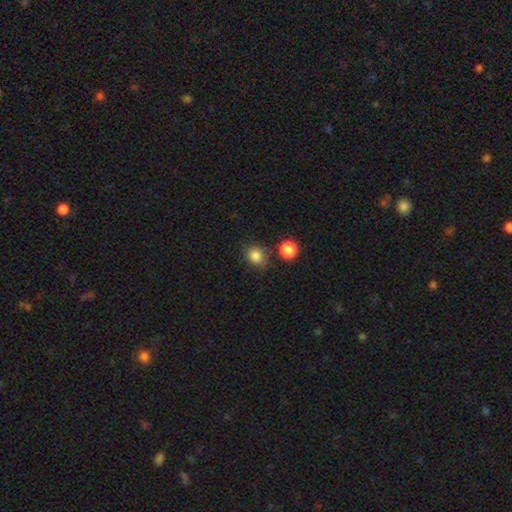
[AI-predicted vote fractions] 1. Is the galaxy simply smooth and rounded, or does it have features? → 85% smooth, 11% star or artifact, 4% featured or disk.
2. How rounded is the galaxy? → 71% round, 28% in between, 1% cigar-shaped.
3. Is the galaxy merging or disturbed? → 74% none, 15% minor disturbance, 7% merger, 4% major disturbance.